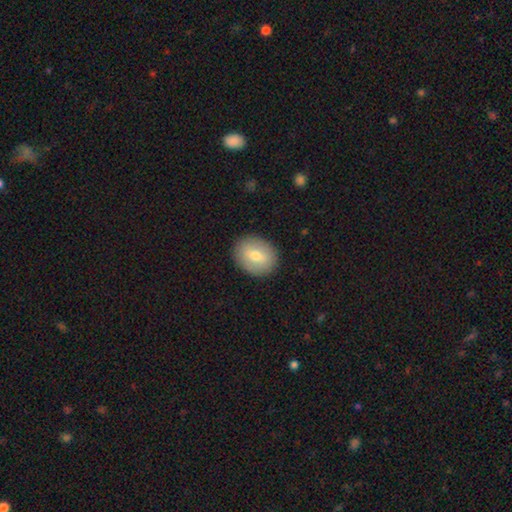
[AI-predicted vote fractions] The model was most divided on "how rounded": round: 51%, in between: 48%, cigar-shaped: 1%. More confident: merging — none (89%); smooth or featured — smooth (69%).